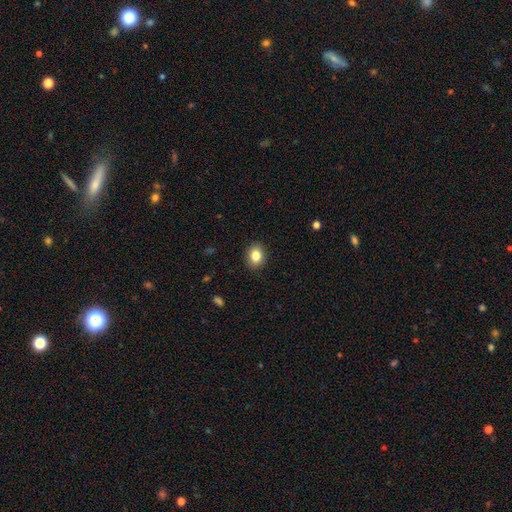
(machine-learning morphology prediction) Smooth or featured? Predicted: smooth (p=0.85). How rounded? Predicted: in between (p=0.58). Merging? Predicted: none (p=0.90).